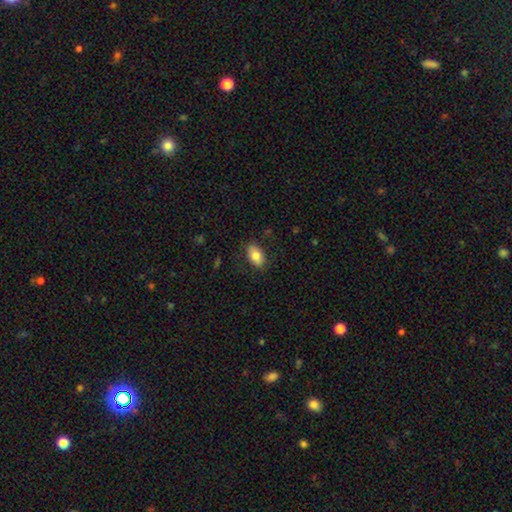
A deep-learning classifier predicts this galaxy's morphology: Smooth or featured? Predicted: smooth (p=0.81). How rounded? Predicted: in between (p=0.91). Merging? Predicted: none (p=0.84).